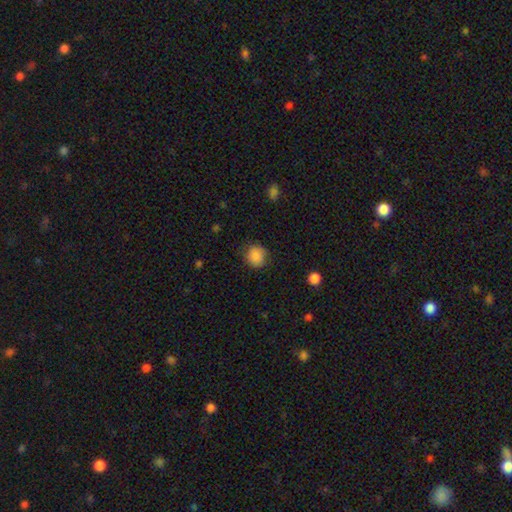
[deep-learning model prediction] Q: Smooth or featured?
A: smooth (87%); runner-up: star or artifact (9%)
Q: How rounded?
A: round (88%); runner-up: in between (11%)
Q: Merging?
A: none (82%); runner-up: minor disturbance (14%)